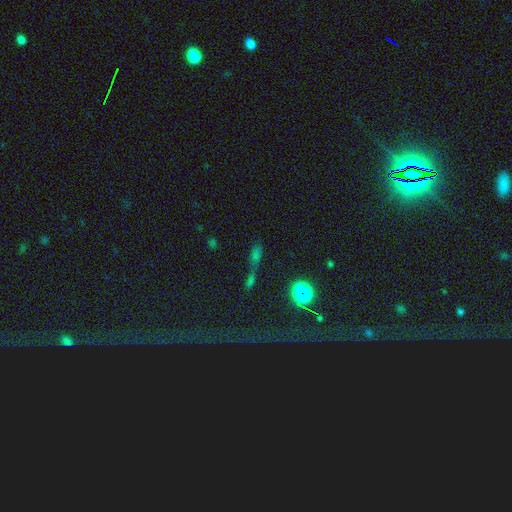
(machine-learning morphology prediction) smooth-or-featured: star or artifact: 51% | smooth: 35% | featured or disk: 14%